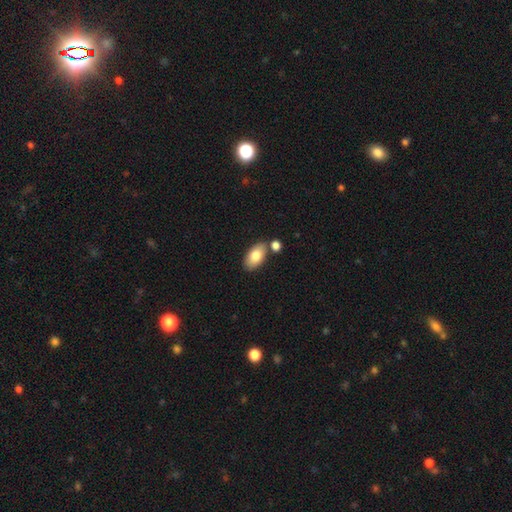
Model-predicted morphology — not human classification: This appears to be a smooth galaxy with no disk features (80%) that is in between round and cigar-shaped (93%). Merging: none (73%).